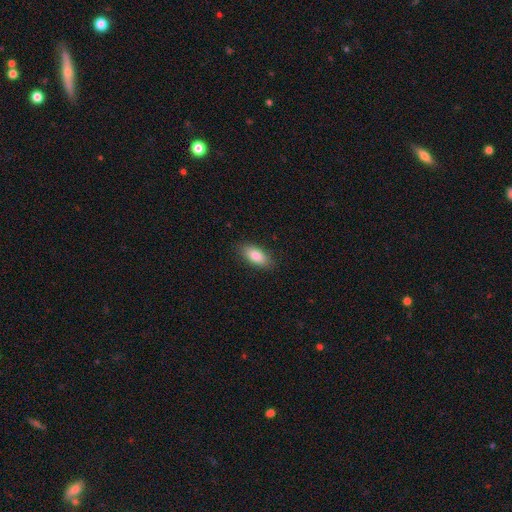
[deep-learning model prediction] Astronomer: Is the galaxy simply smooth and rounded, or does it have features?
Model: smooth — 85%.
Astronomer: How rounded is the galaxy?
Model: in between — 89%.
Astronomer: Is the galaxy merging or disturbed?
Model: none — 86%.